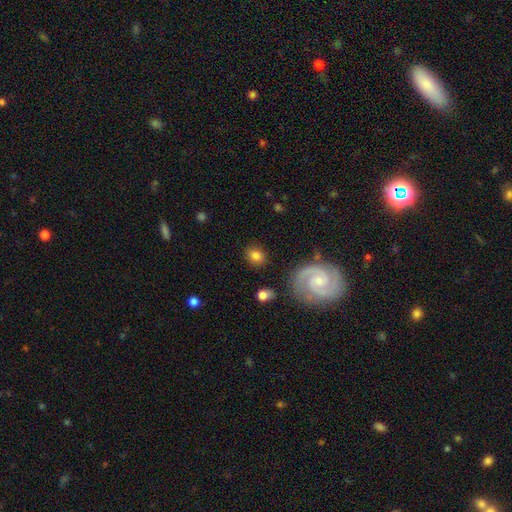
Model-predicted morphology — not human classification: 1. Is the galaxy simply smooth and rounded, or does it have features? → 72% smooth, 20% featured or disk, 8% star or artifact.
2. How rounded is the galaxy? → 62% round, 37% in between, 1% cigar-shaped.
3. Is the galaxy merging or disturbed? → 83% none, 10% minor disturbance, 4% major disturbance, 3% merger.